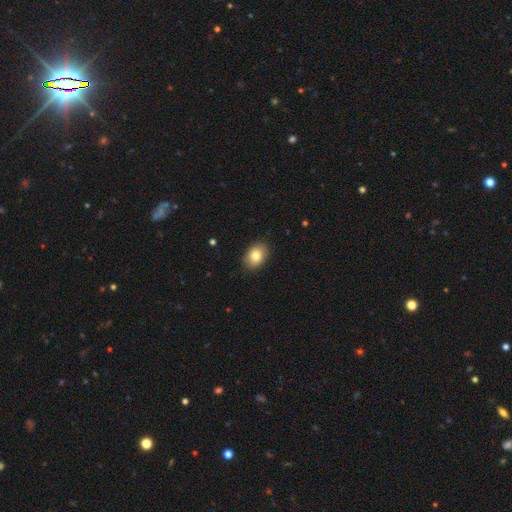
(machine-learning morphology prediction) Smooth or featured? smooth (82%)
How rounded? in between (72%)
Merging? none (87%)